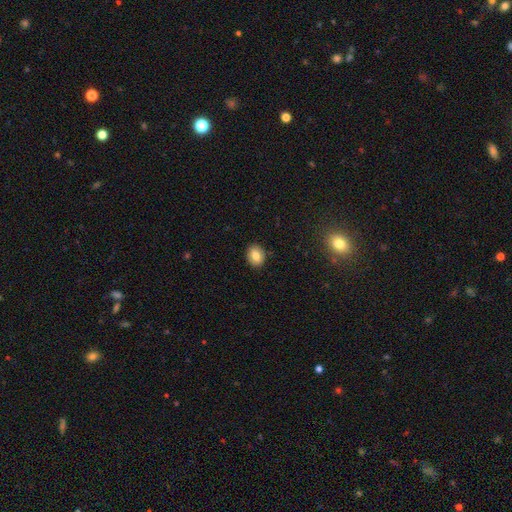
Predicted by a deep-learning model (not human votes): Smooth or featured: smooth — 82% (star or artifact — 9%)
How rounded: in between — 55% (round — 44%)
Merging: none — 89% (minor disturbance — 8%)